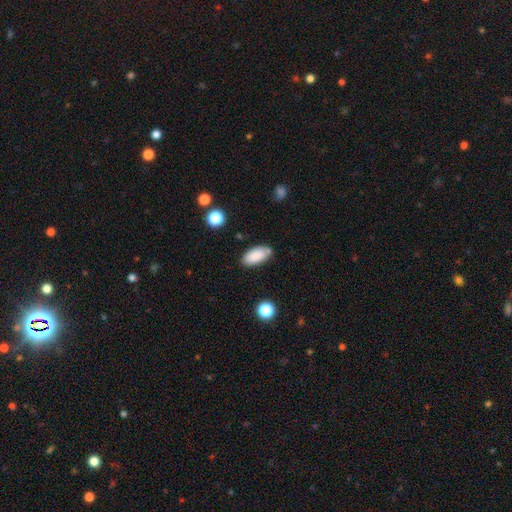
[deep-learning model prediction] smooth_or_featured: smooth (p=0.86) [alt: star or artifact p=0.07]
how_rounded: in between (p=0.92) [alt: cigar-shaped p=0.06]
merging: none (p=0.74) [alt: minor disturbance p=0.17]